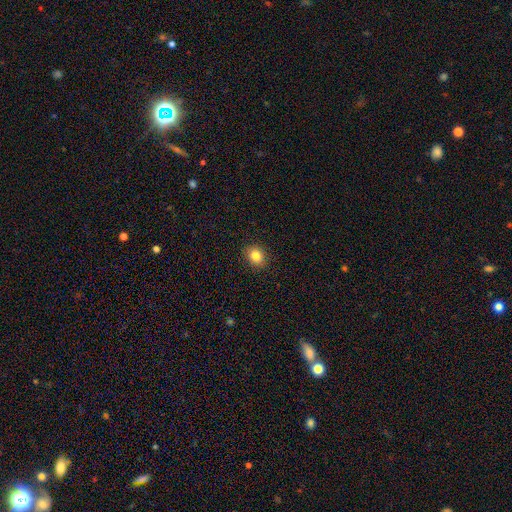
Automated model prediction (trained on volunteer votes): smooth_or_featured: smooth (p=0.84) [alt: star or artifact p=0.10]
how_rounded: round (p=0.54) [alt: in between p=0.45]
merging: none (p=0.90) [alt: minor disturbance p=0.07]